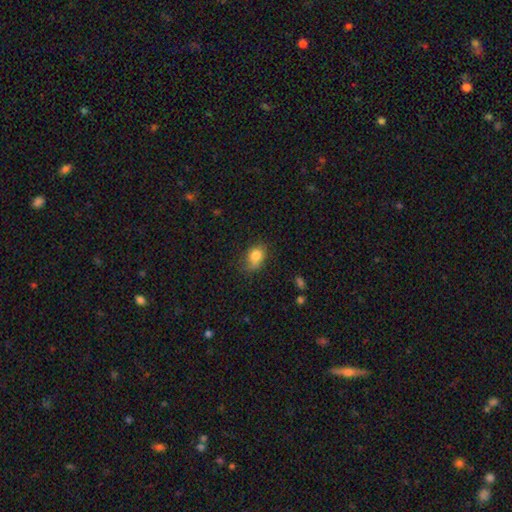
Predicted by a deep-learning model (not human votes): The model was most divided on "merging": none: 52%, minor disturbance: 33%, major disturbance: 12%, merger: 3%. More confident: smooth or featured — smooth (80%); how rounded — in between (67%).